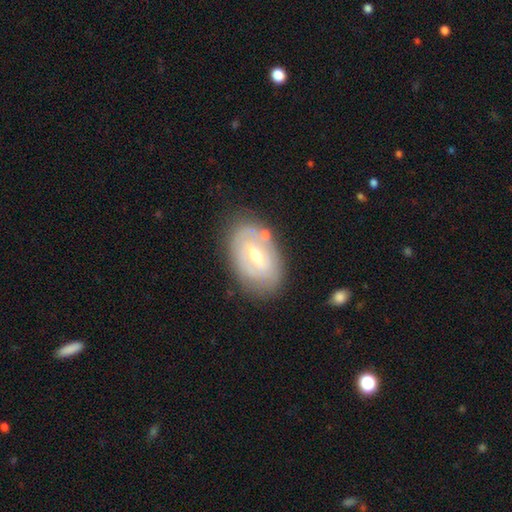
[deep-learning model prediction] Smooth or featured? Predicted: featured or disk (p=0.69). Edge-on disk? Predicted: no (p=0.93). Bar? Predicted: weak (p=0.52). Spiral arms? Predicted: yes (p=0.64). Bulge size? Predicted: moderate (p=0.58). Merging? Predicted: none (p=0.75).